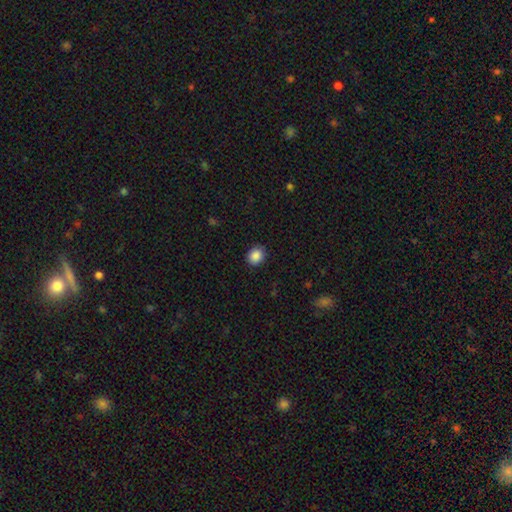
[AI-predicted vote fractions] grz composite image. It shows a smooth galaxy with no disk features (88%) that is round (74%). Merging: none (89%).